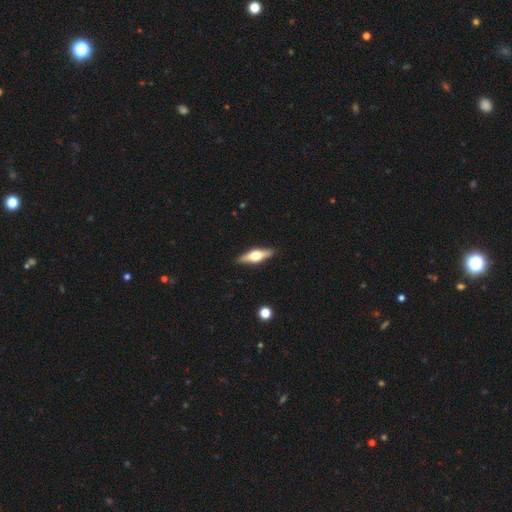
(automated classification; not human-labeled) Overall: featured or disk (60%; smooth 34%). Edge-on disk: yes (94%). Edge-on bulge: rounded (94%). Merging: none (90%).